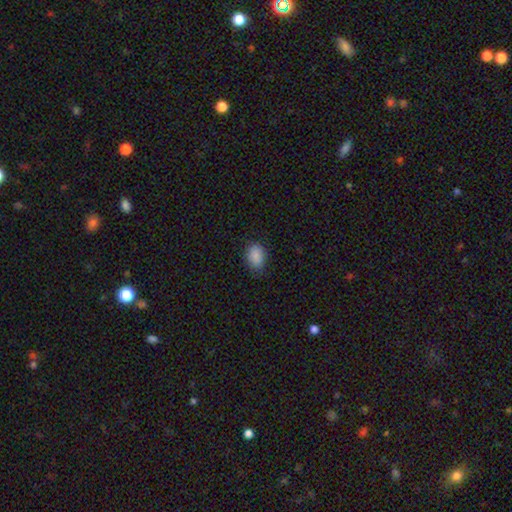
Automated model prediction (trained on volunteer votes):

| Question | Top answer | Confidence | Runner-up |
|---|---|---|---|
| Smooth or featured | smooth | 88% | star or artifact (8%) |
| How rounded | in between | 79% | round (20%) |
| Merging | none | 79% | minor disturbance (17%) |